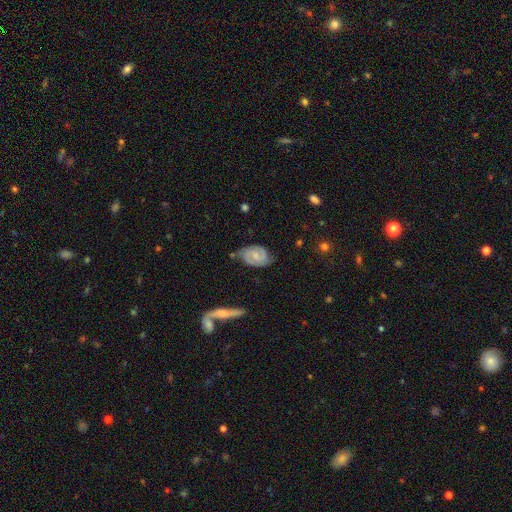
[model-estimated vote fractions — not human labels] A featured or disk galaxy (81%) with a weak bar (49%), 2 (88%) tight (47%) spiral arms (96%) and a small central bulge (46%). Merging: none (70%).